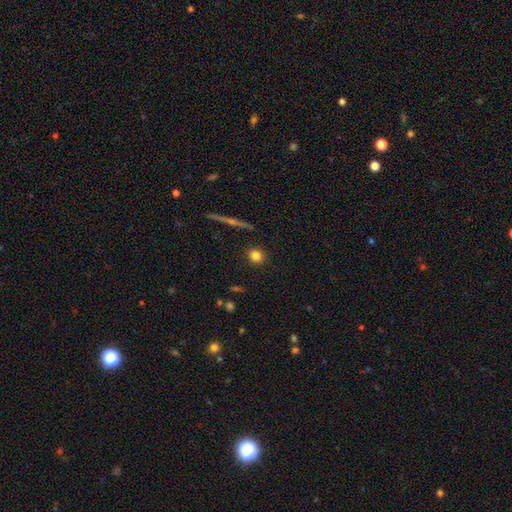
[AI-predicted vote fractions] Overall: smooth (80%). How rounded: round (89%). Merging: none (90%).